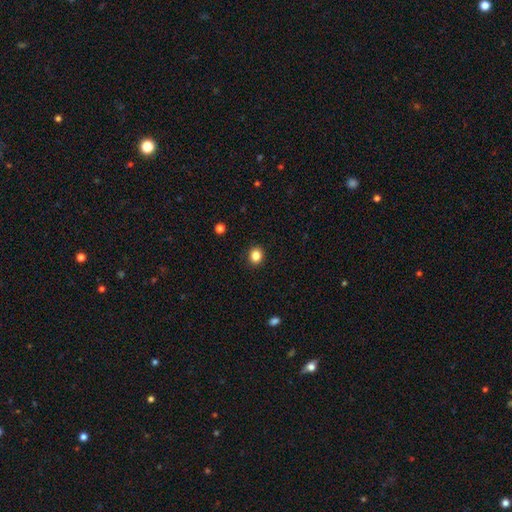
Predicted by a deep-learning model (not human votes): A smooth galaxy with no disk features (84%) that is round (75%). Merging: none (91%).